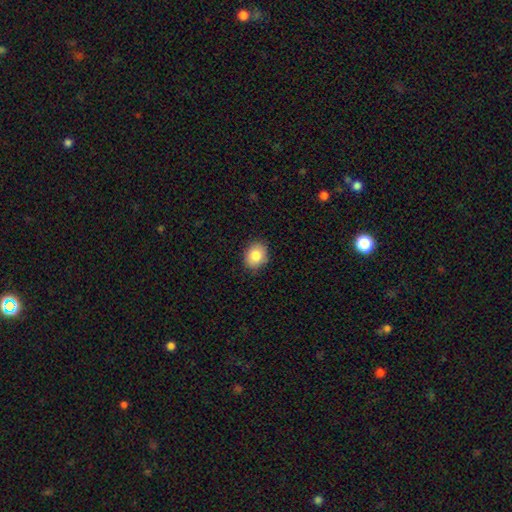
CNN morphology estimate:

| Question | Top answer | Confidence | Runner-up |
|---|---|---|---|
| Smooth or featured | smooth | 84% | star or artifact (8%) |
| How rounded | round | 50% | in between (49%) |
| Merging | none | 86% | minor disturbance (11%) |